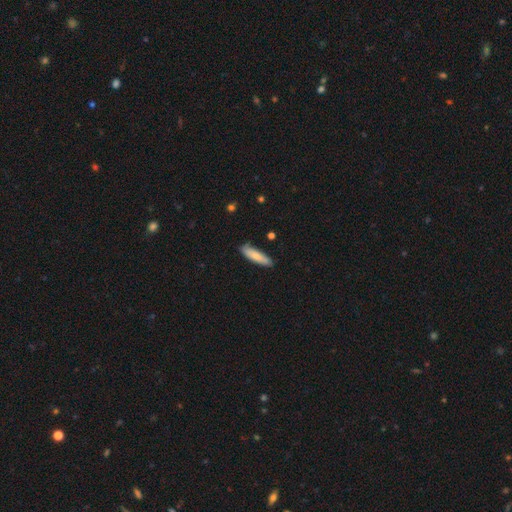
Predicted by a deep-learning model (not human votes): The model was most divided on "how rounded": cigar-shaped: 73%, in between: 26%, round: 1%. More confident: merging — none (83%); smooth or featured — smooth (80%).